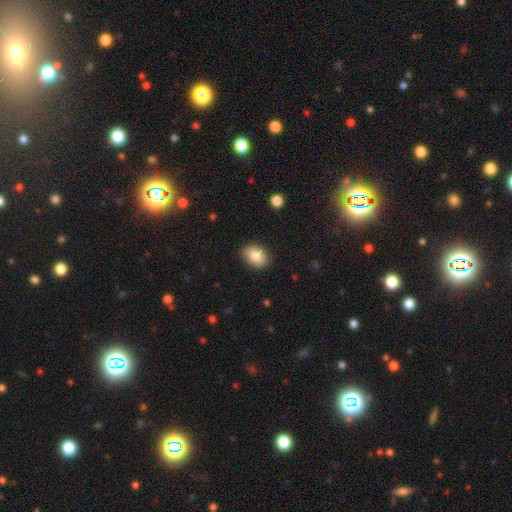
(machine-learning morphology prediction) Smooth or featured? Predicted: smooth (p=0.85). How rounded? Predicted: in between (p=0.73). Merging? Predicted: none (p=0.87).